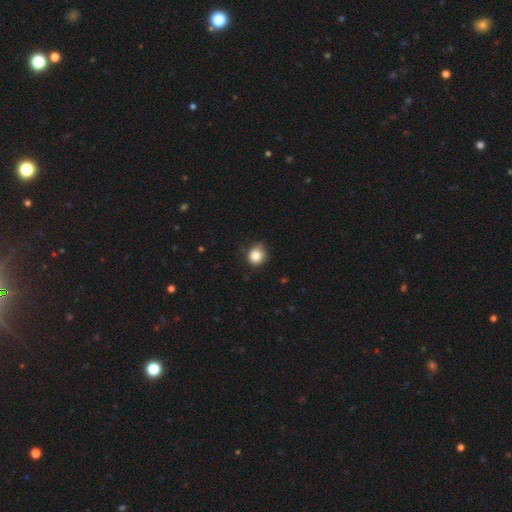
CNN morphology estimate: The model was most divided on "merging": none: 63%, minor disturbance: 30%, major disturbance: 5%, merger: 2%. More confident: smooth or featured — smooth (83%); how rounded — round (79%).